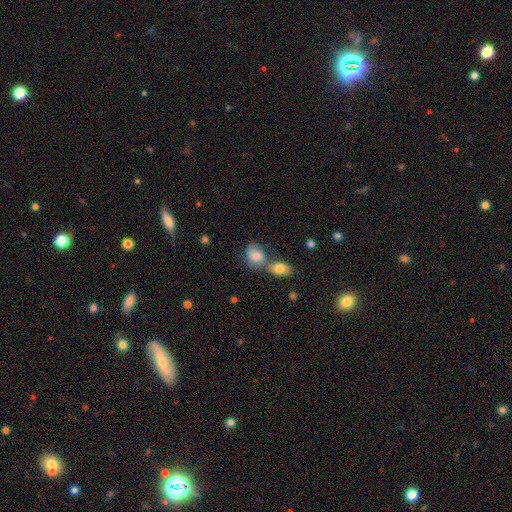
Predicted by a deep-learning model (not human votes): This appears to be a smooth galaxy with no disk features (69%) that is in between round and cigar-shaped (61%). Merging: merger (48%).